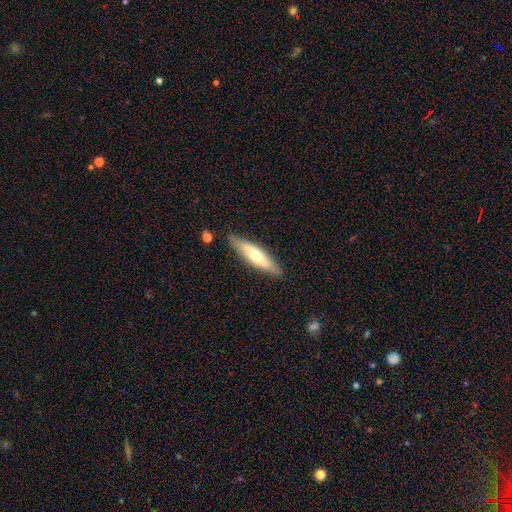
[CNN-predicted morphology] Smooth or featured?
  - smooth: 49% *
  - featured or disk: 45%
  - star or artifact: 6%
Merging?
  - none: 83% *
  - minor disturbance: 13%
  - major disturbance: 2%
  - merger: 2%